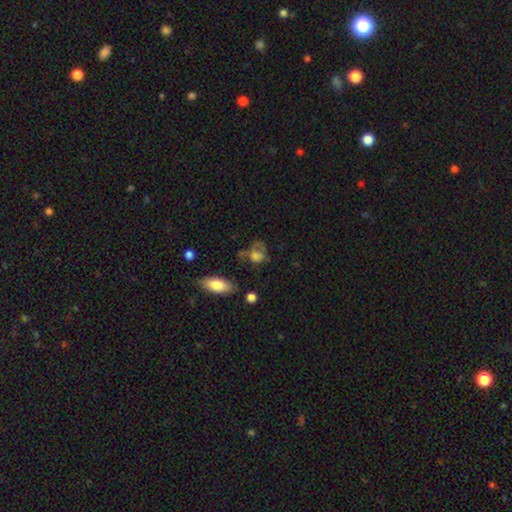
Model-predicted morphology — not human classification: smooth-or-featured: smooth: 68% | featured or disk: 20% | star or artifact: 12%
  how-rounded: in between: 57% | round: 40% | cigar-shaped: 3%
  merging: none: 38% | major disturbance: 27% | minor disturbance: 26% | merger: 9%